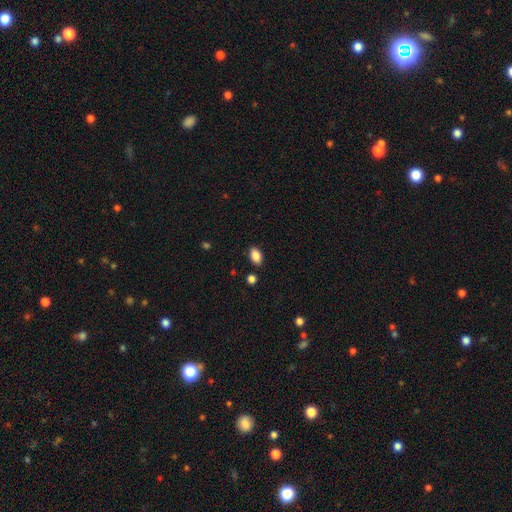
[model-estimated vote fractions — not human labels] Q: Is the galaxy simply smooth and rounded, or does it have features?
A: smooth — 87%.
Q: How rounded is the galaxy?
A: in between — 90%.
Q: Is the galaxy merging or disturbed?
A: none — 86%.